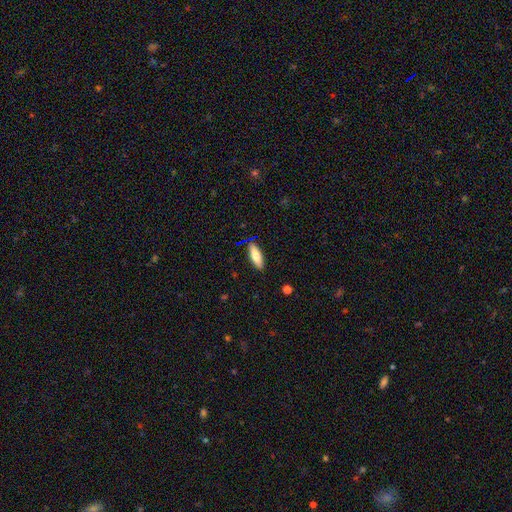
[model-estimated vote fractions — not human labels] Smooth or featured?
  - smooth: 79% *
  - featured or disk: 15%
  - star or artifact: 6%
How rounded?
  - in between: 60% *
  - cigar-shaped: 38%
  - round: 2%
Merging?
  - none: 86% *
  - minor disturbance: 10%
  - major disturbance: 2%
  - merger: 1%